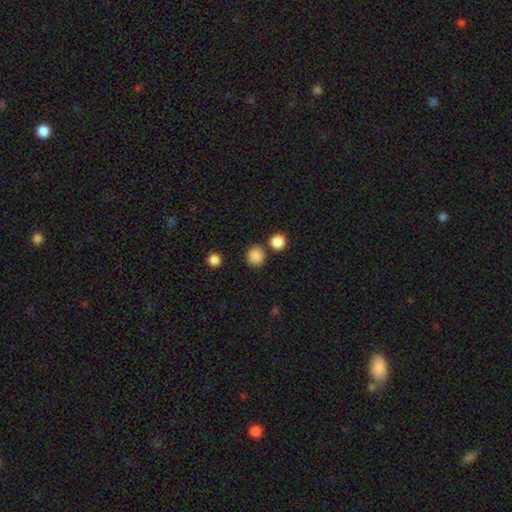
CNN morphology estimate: A smooth galaxy with no disk features (86%) that is round (90%).

Vote fractions:
- Smooth or featured? smooth: 86% / star or artifact: 10% / featured or disk: 4%
- How rounded? round: 90% / in between: 9% / cigar-shaped: 1%
- Merging? none: 80% / merger: 10% / minor disturbance: 8% / major disturbance: 3%